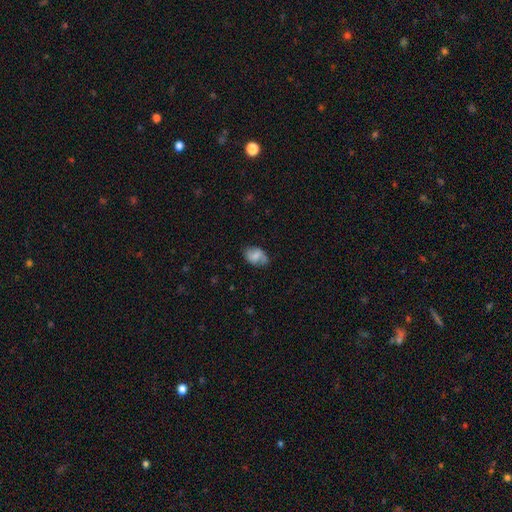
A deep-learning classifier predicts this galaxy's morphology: Smooth or featured: smooth — 55% (featured or disk — 36%)
How rounded: in between — 80% (round — 18%)
Merging: none — 67% (minor disturbance — 24%)